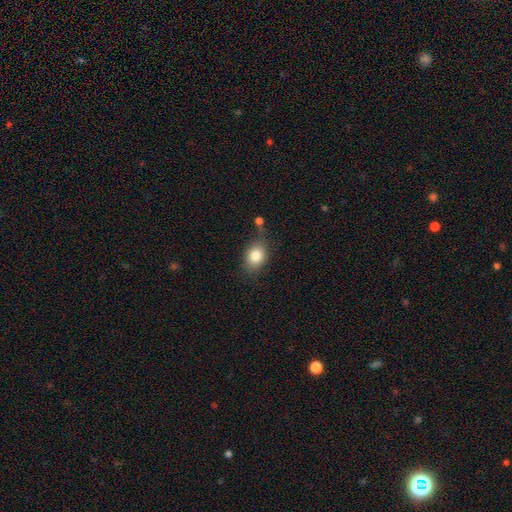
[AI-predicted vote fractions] Q: Smooth or featured?
A: smooth (82%); runner-up: featured or disk (9%)
Q: How rounded?
A: in between (62%); runner-up: round (37%)
Q: Merging?
A: none (66%); runner-up: minor disturbance (19%)